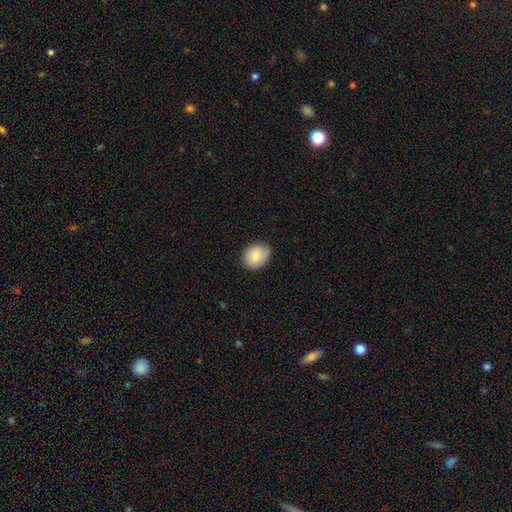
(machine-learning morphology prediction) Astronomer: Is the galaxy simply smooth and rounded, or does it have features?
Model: smooth — 83%.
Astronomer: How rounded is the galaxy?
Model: round — 56% (runner-up: in between, 43%).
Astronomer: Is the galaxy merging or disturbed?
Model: none — 77%.